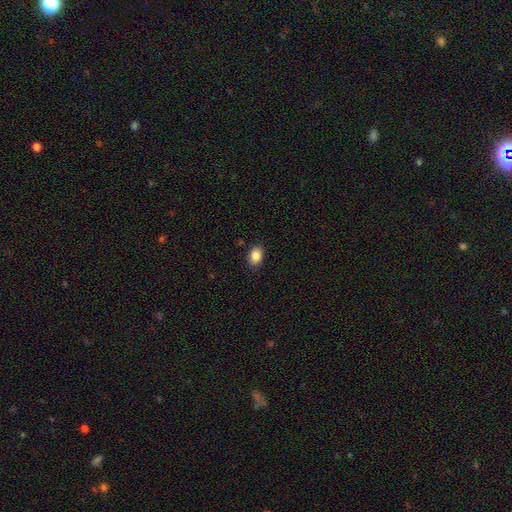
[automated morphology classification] The model was most divided on "how rounded": in between: 80%, round: 19%, cigar-shaped: 1%. More confident: merging — none (88%); smooth or featured — smooth (86%).